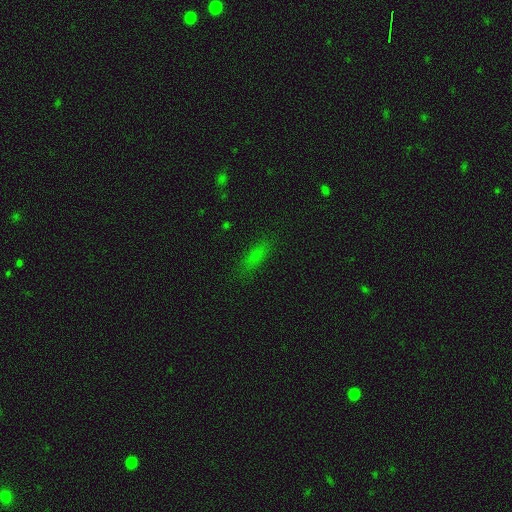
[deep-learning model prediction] A smooth galaxy with no disk features (69%) that is cigar-shaped (52%).

Vote fractions:
- Smooth or featured? smooth: 69% / star or artifact: 19% / featured or disk: 12%
- How rounded? cigar-shaped: 52% / in between: 44% / round: 4%
- Merging? none: 81% / minor disturbance: 13% / major disturbance: 4% / merger: 2%